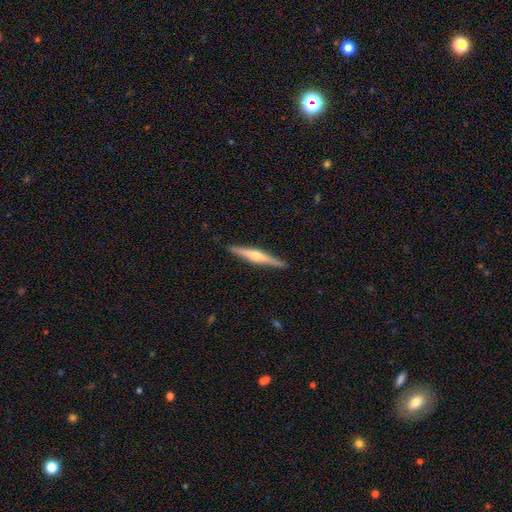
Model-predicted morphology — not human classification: This appears to be a featured or disk galaxy (70%) viewed edge-on (98%) with a rounded central bulge (85%). Merging: none (91%).